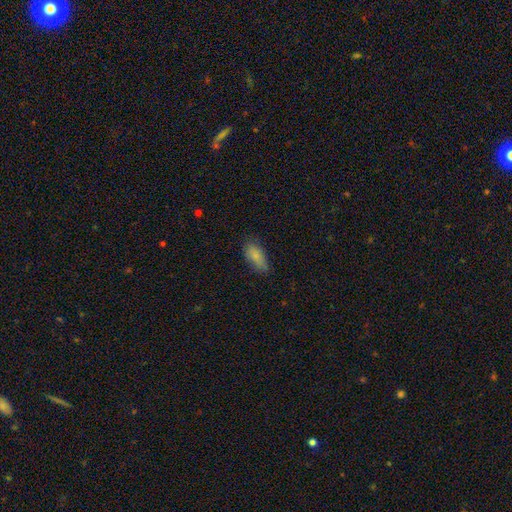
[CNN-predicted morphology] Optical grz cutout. It shows a smooth galaxy with no disk features (82%) that is in between round and cigar-shaped (86%). Merging: none (66%).